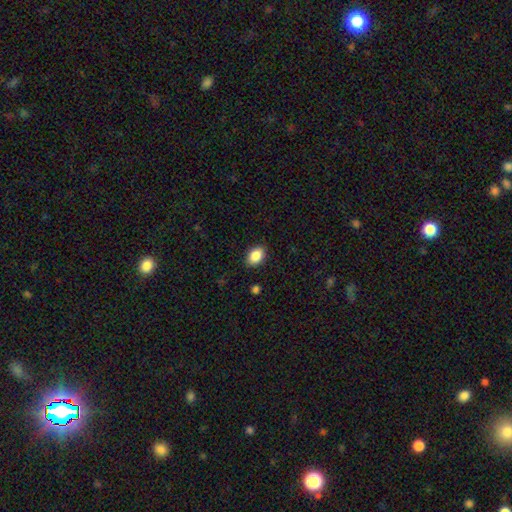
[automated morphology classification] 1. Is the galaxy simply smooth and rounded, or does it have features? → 87% smooth, 8% star or artifact, 5% featured or disk.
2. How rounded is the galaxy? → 85% in between, 13% round, 1% cigar-shaped.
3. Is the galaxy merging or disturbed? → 89% none, 8% minor disturbance, 2% major disturbance, 1% merger.